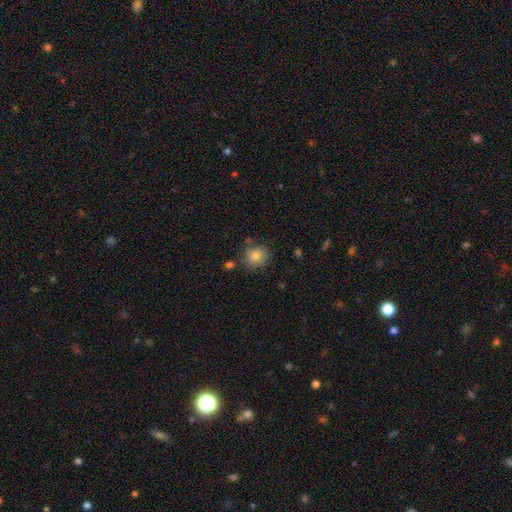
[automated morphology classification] smooth-or-featured: smooth: 81% | star or artifact: 10% | featured or disk: 9%
  how-rounded: round: 82% | in between: 17% | cigar-shaped: 1%
  merging: none: 77% | minor disturbance: 14% | merger: 5% | major disturbance: 4%